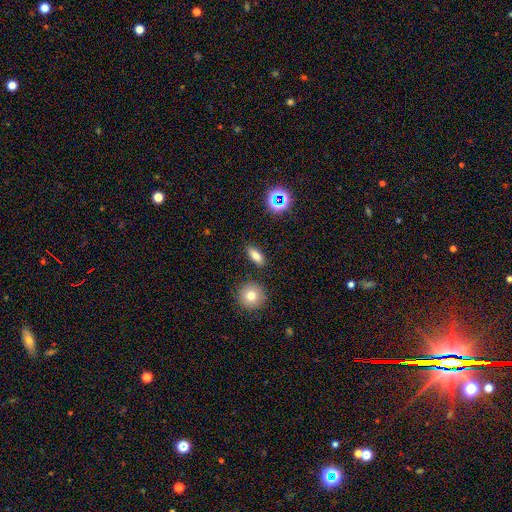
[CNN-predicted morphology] Smooth or featured: smooth — 76% (star or artifact — 12%)
How rounded: in between — 68% (cigar-shaped — 24%)
Merging: none — 87% (minor disturbance — 8%)